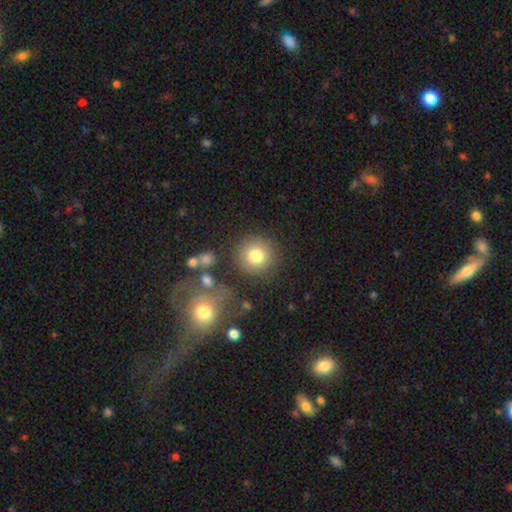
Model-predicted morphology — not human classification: smooth-or-featured: smooth: 79% | star or artifact: 11% | featured or disk: 10%
  how-rounded: round: 93% | in between: 6% | cigar-shaped: 1%
  merging: none: 82% | minor disturbance: 9% | merger: 5% | major disturbance: 4%